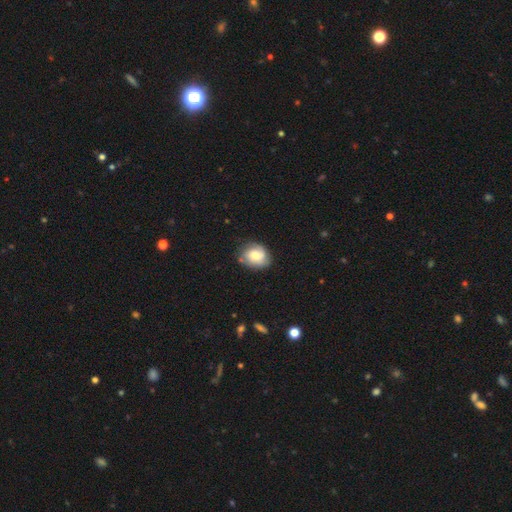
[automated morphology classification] A smooth galaxy with no disk features (55%) that is round (57%).

Vote fractions:
- Smooth or featured? smooth: 55% / featured or disk: 37% / star or artifact: 8%
- How rounded? round: 57% / in between: 42% / cigar-shaped: 1%
- Merging? none: 68% / minor disturbance: 23% / major disturbance: 6% / merger: 2%